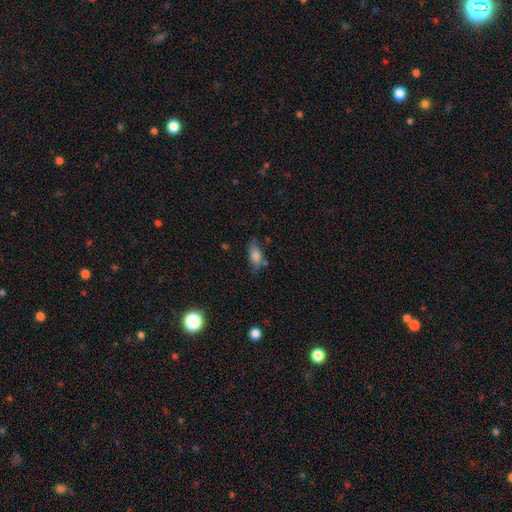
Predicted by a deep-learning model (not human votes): Overall: smooth (79%). How rounded: in between (82%). Merging: none (67%).